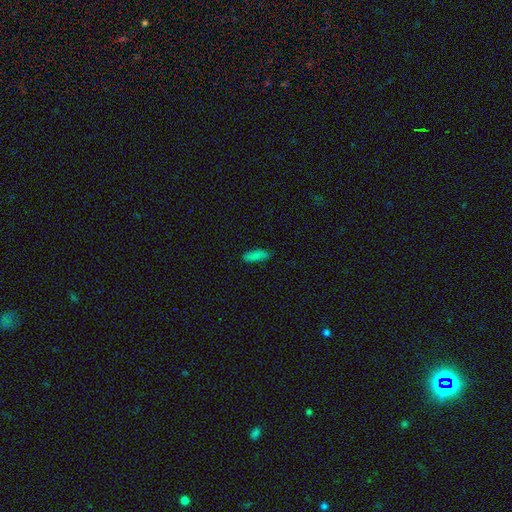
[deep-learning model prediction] Morphology: type=smooth (83%); roundness=in between (65%); merging=none (81%).